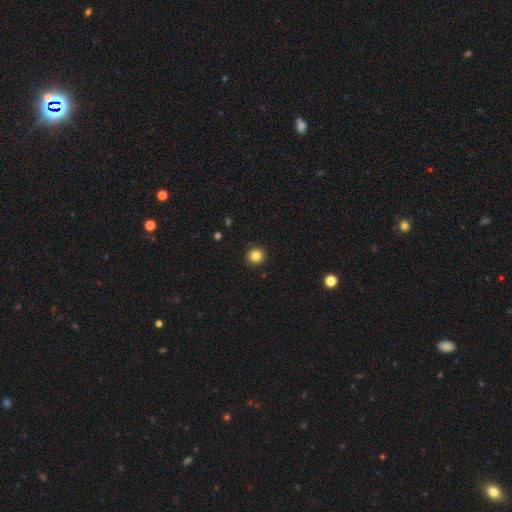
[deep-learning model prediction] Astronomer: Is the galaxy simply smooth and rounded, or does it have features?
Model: smooth — 85%.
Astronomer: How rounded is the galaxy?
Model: round — 95%.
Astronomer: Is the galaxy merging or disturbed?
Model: none — 93%.